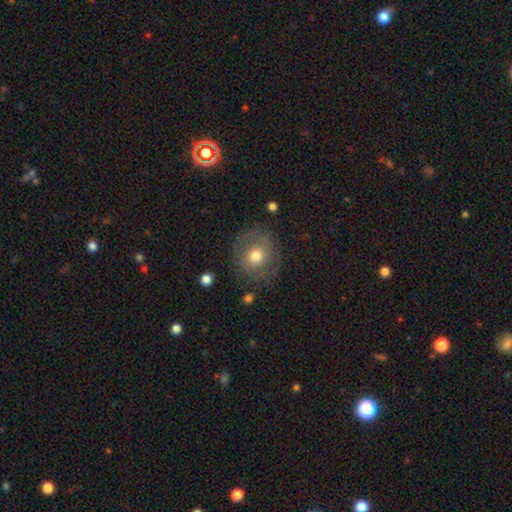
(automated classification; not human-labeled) The model was most divided on "smooth or featured": smooth: 59%, featured or disk: 31%, star or artifact: 9%. More confident: how rounded — round (83%); merging — none (77%).